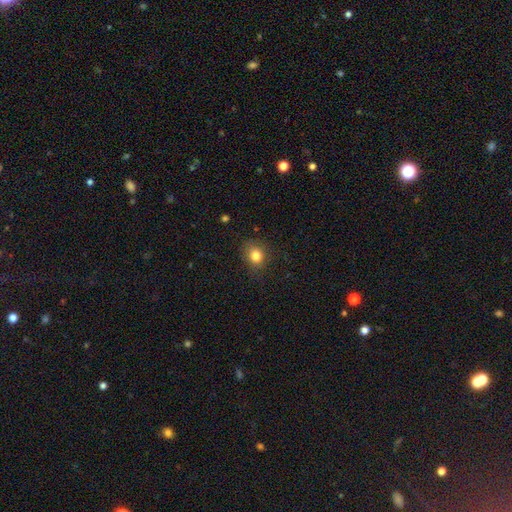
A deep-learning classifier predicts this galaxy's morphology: This is clearly a smooth galaxy (81%). How rounded: likely round (73%). Merging: clearly none (81%).